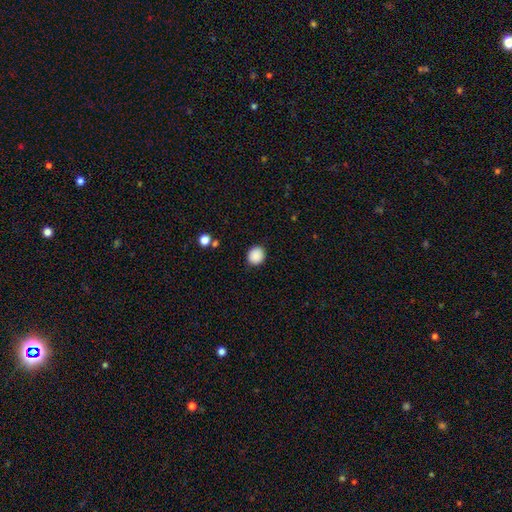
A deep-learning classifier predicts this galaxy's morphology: Smooth or featured: smooth — 89% (star or artifact — 9%)
How rounded: round — 80% (in between — 19%)
Merging: none — 89% (minor disturbance — 7%)